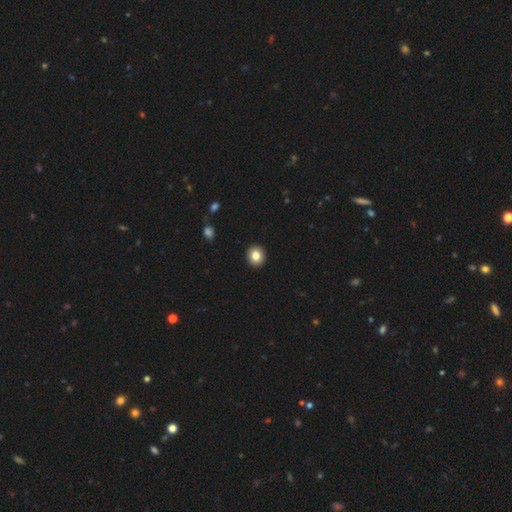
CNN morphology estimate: Smooth or featured: smooth — 84% (star or artifact — 9%)
How rounded: round — 82% (in between — 17%)
Merging: none — 93% (minor disturbance — 5%)